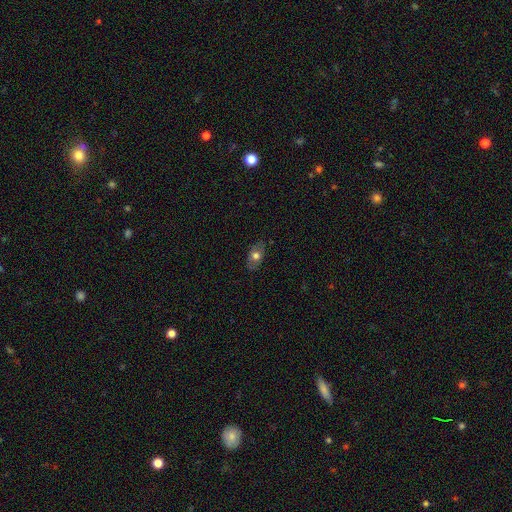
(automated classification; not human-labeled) Morphology: type=smooth (67%); roundness=in between (85%); merging=none (81%).